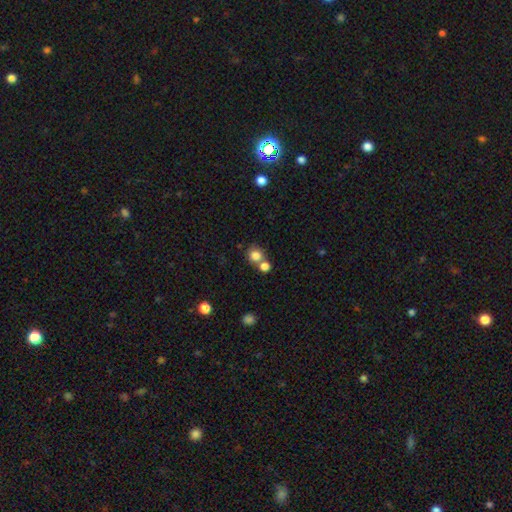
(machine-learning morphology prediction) type=smooth (80%); roundness=round (86%); merging=none (54%).